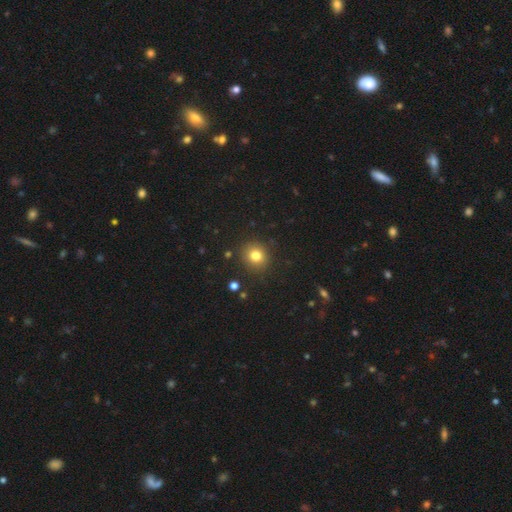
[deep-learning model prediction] This appears to be a smooth galaxy with no disk features (80%) that is round (83%). Merging: none (88%).